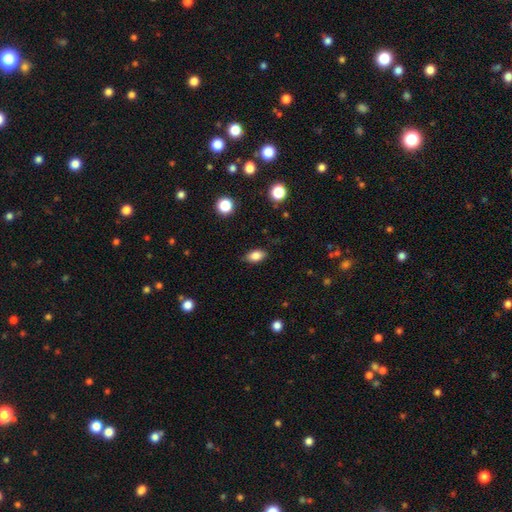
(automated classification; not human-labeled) Morphology: type=smooth (83%); roundness=in between (88%); merging=none (85%).